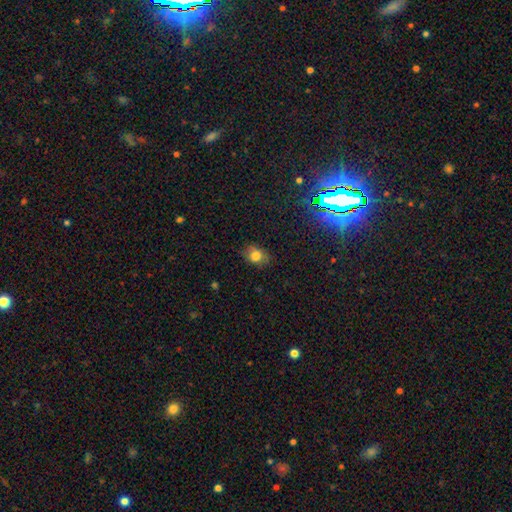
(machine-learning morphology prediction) smooth-or-featured: smooth: 77% | star or artifact: 13% | featured or disk: 10%
  how-rounded: in between: 62% | round: 37% | cigar-shaped: 1%
  merging: none: 76% | minor disturbance: 18% | major disturbance: 4% | merger: 1%